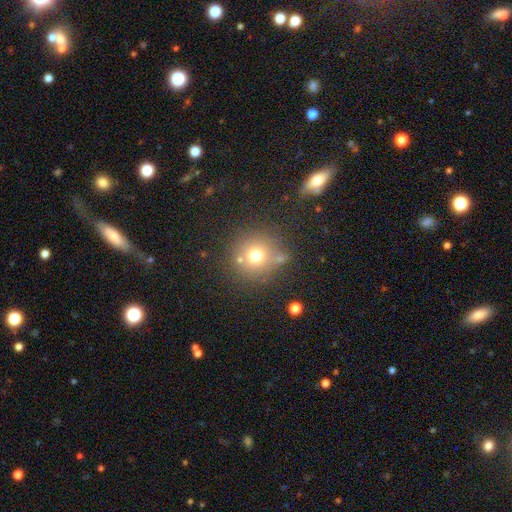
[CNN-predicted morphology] This is likely a smooth galaxy (70%). How rounded: clearly round (93%). Merging: likely none (75%).